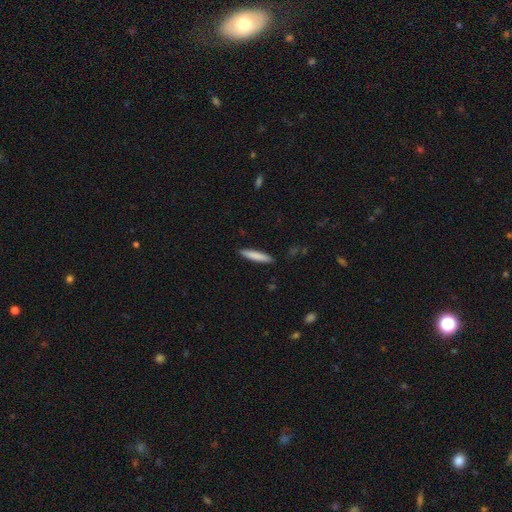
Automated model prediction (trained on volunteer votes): This is clearly a smooth galaxy (82%). How rounded: clearly cigar-shaped (90%). Merging: clearly none (91%).